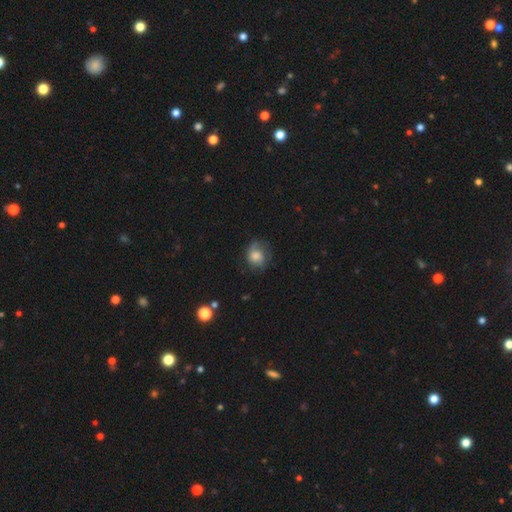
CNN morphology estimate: Smooth or featured? Predicted: smooth (p=0.66). How rounded? Predicted: round (p=0.69). Merging? Predicted: none (p=0.58).